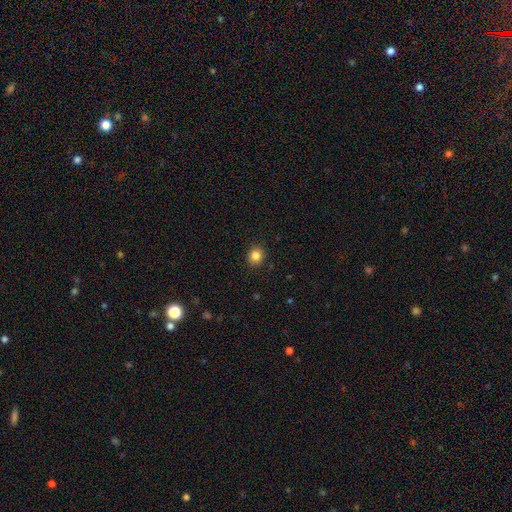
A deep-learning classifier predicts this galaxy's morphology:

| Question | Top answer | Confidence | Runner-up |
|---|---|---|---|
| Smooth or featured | smooth | 84% | star or artifact (11%) |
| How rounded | round | 80% | in between (19%) |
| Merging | none | 91% | minor disturbance (6%) |